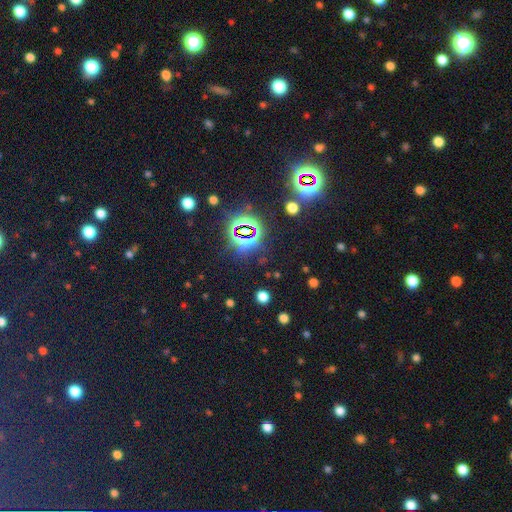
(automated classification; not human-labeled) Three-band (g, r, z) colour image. It shows a star or artifact, not a galaxy (80%).